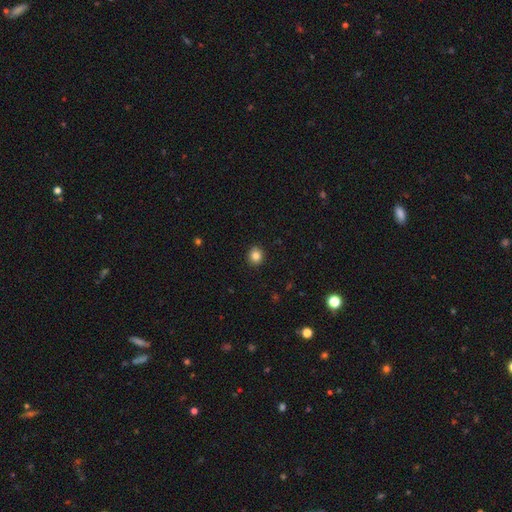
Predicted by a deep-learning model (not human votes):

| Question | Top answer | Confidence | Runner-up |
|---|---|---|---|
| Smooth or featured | smooth | 84% | star or artifact (11%) |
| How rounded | round | 83% | in between (16%) |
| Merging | none | 92% | minor disturbance (5%) |